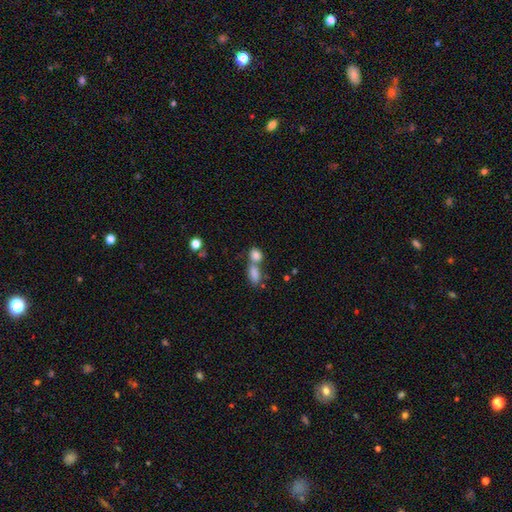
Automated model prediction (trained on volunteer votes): Q: Smooth or featured?
A: smooth (83%); runner-up: star or artifact (9%)
Q: How rounded?
A: in between (60%); runner-up: round (36%)
Q: Merging?
A: merger (55%); runner-up: none (33%)